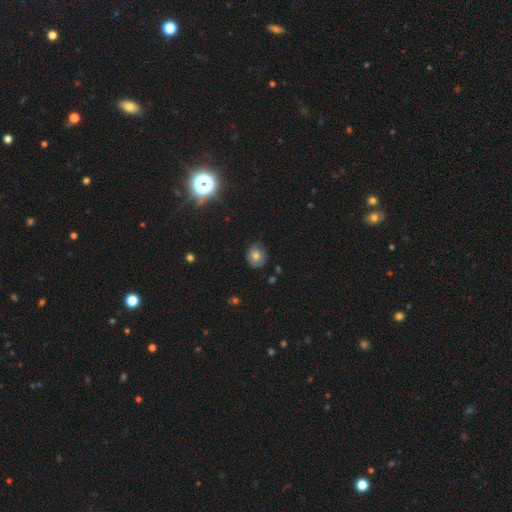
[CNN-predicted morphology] type=smooth (68%); roundness=round (69%); merging=none (76%).